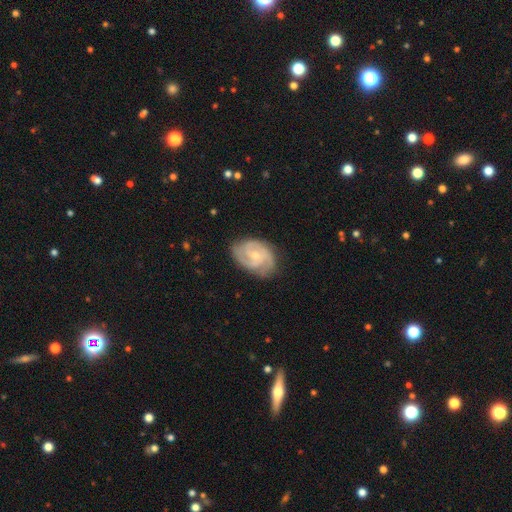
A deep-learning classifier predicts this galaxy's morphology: This appears to be a featured or disk galaxy (85%) with no bar (59%), 2 (43%) tight (53%) spiral arms (96%) and a small central bulge (54%). Merging: none (74%).